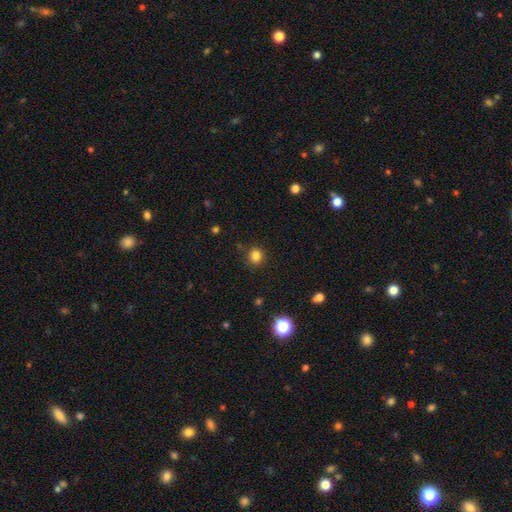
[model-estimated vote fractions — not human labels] Morphology: type=smooth (82%); roundness=round (90%); merging=none (88%).